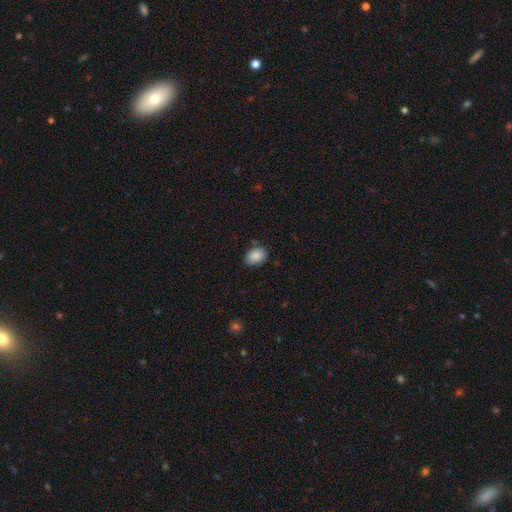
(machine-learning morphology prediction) A smooth galaxy with no disk features (88%) that is in between round and cigar-shaped (73%).

Vote fractions:
- Smooth or featured? smooth: 88% / star or artifact: 7% / featured or disk: 5%
- How rounded? in between: 73% / round: 26% / cigar-shaped: 1%
- Merging? none: 76% / minor disturbance: 18% / major disturbance: 3% / merger: 3%